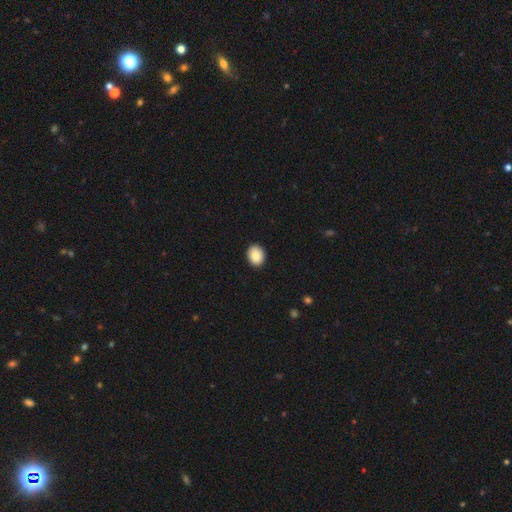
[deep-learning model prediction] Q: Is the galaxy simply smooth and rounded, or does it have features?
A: smooth — 88%.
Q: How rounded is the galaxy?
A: in between — 54%.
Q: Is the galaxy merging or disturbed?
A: none — 91%.